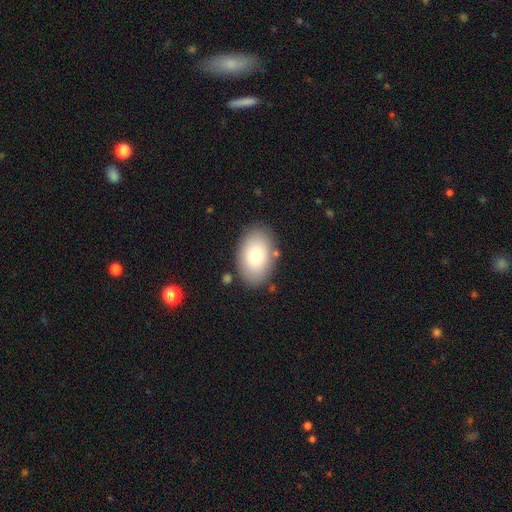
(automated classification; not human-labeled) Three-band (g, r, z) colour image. It shows a smooth galaxy with no disk features (78%) that is in between round and cigar-shaped (88%). Merging: none (83%).